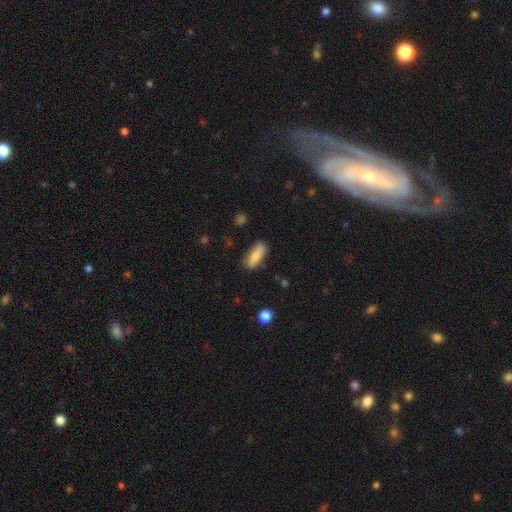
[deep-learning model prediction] Smooth or featured? smooth (82%)
How rounded? in between (53%)
Merging? none (79%)